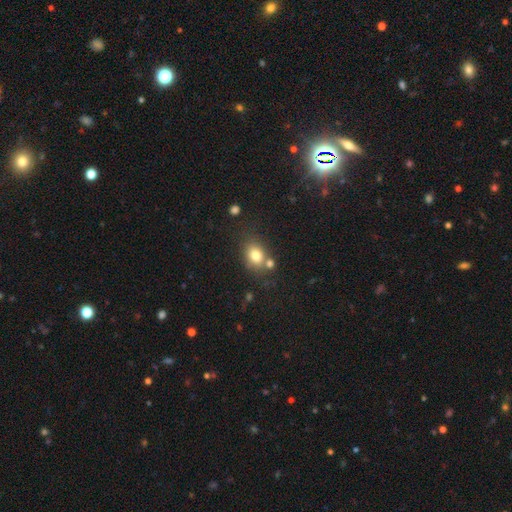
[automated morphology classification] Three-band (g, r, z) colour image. It shows a smooth galaxy with no disk features (79%) that is in between round and cigar-shaped (55%). Merging: none (62%).